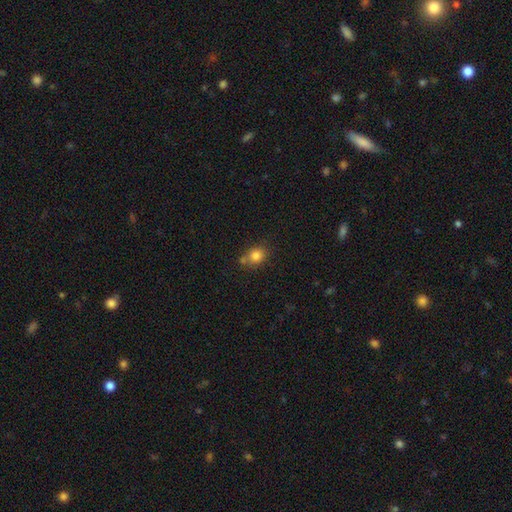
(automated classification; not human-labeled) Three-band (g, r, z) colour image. It shows a smooth galaxy with no disk features (82%) that is round (63%). Merging: none (60%).